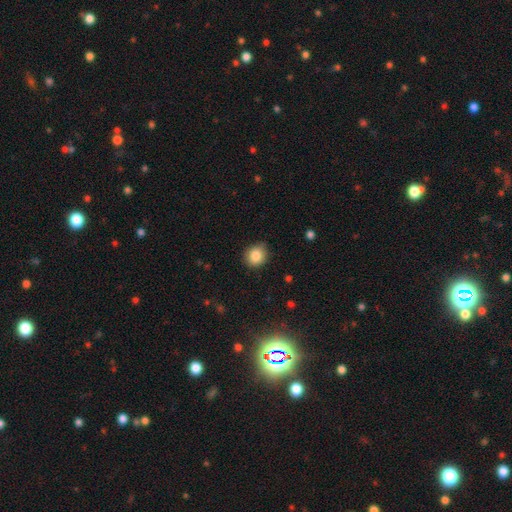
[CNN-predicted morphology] Smooth or featured: smooth — 86% (star or artifact — 9%)
How rounded: round — 76% (in between — 23%)
Merging: none — 82% (minor disturbance — 14%)